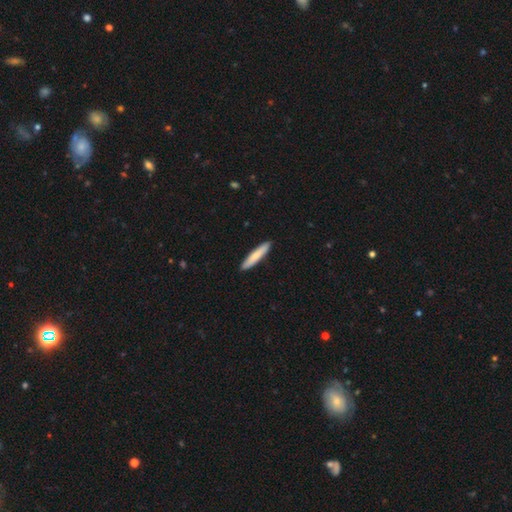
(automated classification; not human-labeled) Smooth or featured: smooth — 76% (featured or disk — 19%)
How rounded: cigar-shaped — 91% (in between — 8%)
Merging: none — 91% (minor disturbance — 7%)